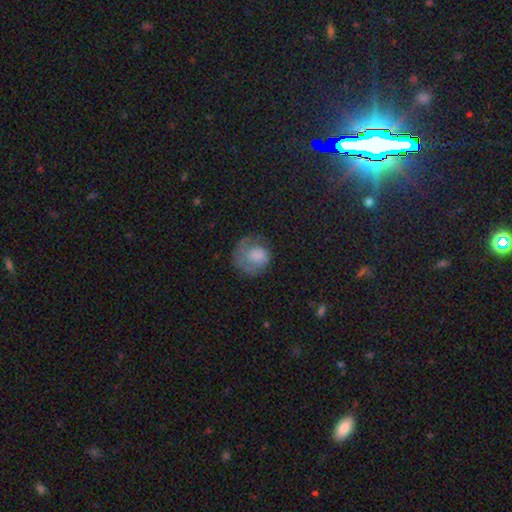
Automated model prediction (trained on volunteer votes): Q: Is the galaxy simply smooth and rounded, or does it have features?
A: smooth — 59%.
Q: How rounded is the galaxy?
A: round — 77%.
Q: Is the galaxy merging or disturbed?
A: none — 42%.